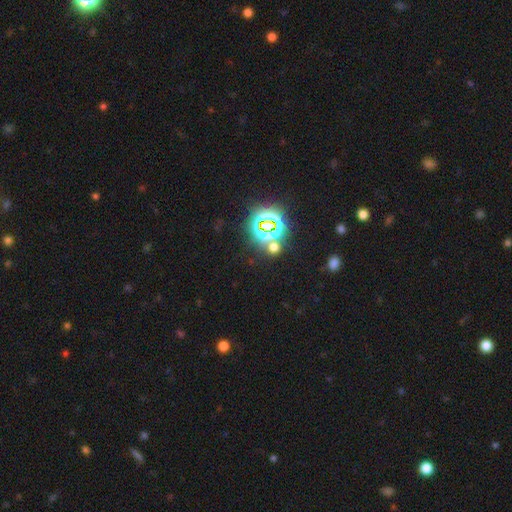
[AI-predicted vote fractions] Morphology: type=star or artifact (81%).